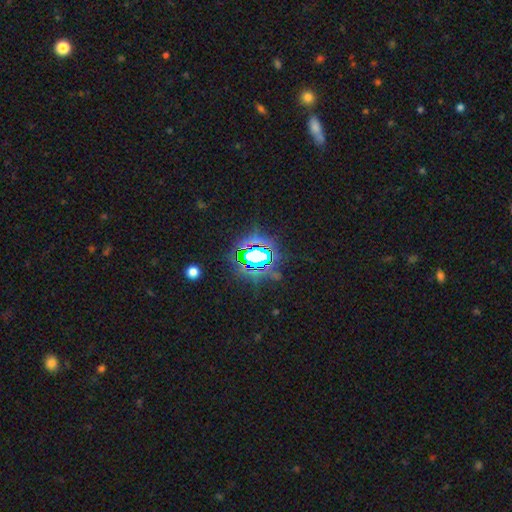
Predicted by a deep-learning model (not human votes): Morphology: type=star or artifact (75%).